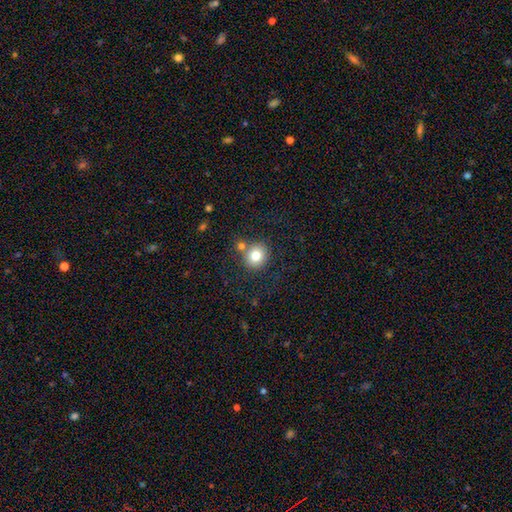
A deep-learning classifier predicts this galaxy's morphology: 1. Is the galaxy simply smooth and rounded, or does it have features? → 79% smooth, 11% star or artifact, 10% featured or disk.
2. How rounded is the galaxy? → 83% round, 16% in between, 1% cigar-shaped.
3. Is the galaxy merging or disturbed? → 71% none, 16% merger, 9% minor disturbance, 3% major disturbance.